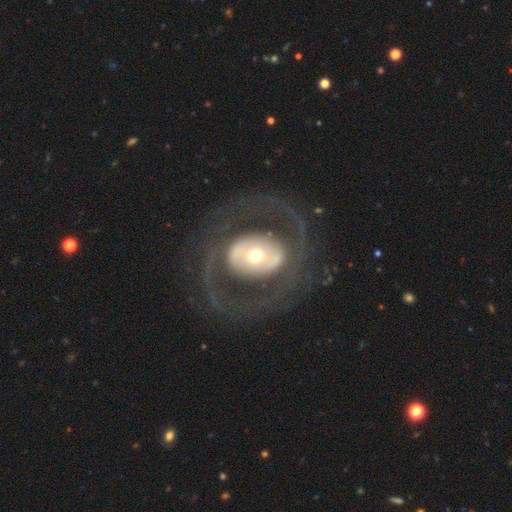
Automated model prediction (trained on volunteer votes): This appears to be a featured or disk galaxy (79%) with no bar (56%), spiral arms (57%) and a moderate central bulge (58%). Merging: none (73%).